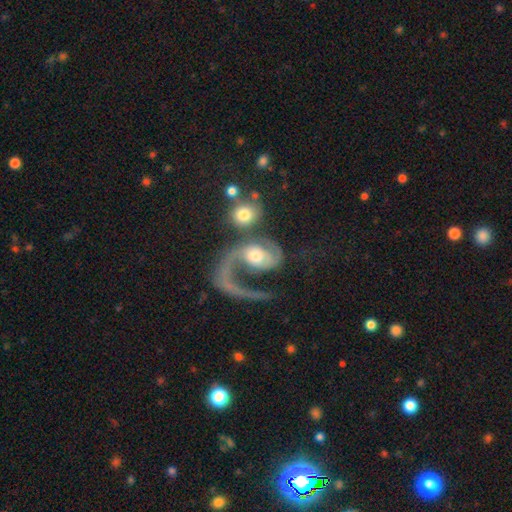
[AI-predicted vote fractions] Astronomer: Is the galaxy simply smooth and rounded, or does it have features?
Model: featured or disk — 76%.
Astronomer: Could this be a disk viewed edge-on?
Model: no — 97%.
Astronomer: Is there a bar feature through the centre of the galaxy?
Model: no — 63%.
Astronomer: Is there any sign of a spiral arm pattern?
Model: yes — 90%.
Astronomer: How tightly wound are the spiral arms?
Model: loose — 56%.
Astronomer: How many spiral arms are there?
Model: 1 — 73%.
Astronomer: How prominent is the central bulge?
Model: moderate — 62%.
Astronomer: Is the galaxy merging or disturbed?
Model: major disturbance — 38% (runner-up: merger, 32%).